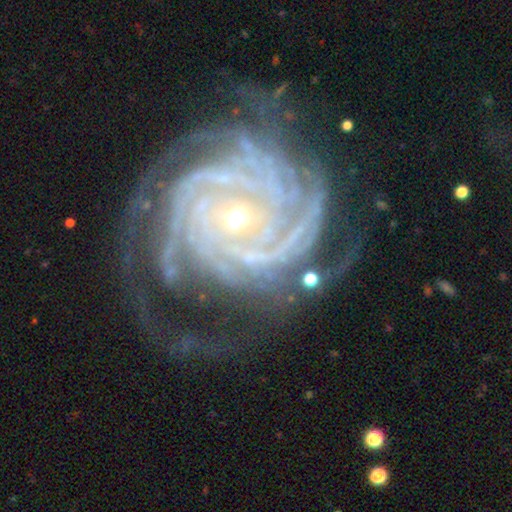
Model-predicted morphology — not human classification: smooth_or_featured: featured or disk (p=0.91) [alt: star or artifact p=0.06]
disk_edge_on: no (p=0.98) [alt: yes p=0.02]
bar: no (p=0.65) [alt: weak p=0.22]
has_spiral_arms: yes (p=0.98) [alt: no p=0.02]
spiral_winding: tight (p=0.77) [alt: medium p=0.19]
spiral_arm_count: more than 4 (p=0.30) [alt: 4 p=0.22]
bulge_size: small (p=0.64) [alt: moderate p=0.32]
merging: none (p=0.65) [alt: minor disturbance p=0.18]